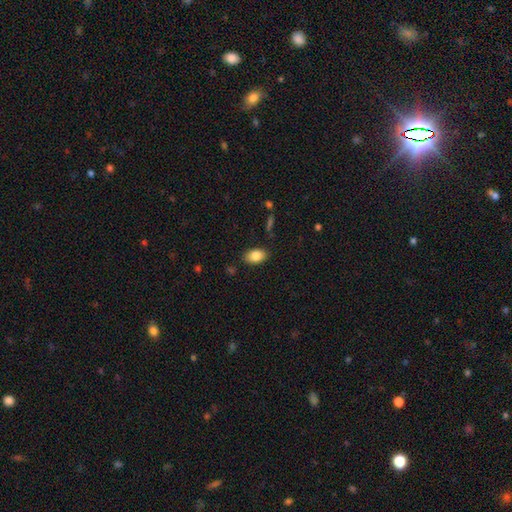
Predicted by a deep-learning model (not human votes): A smooth galaxy with no disk features (85%) that is in between round and cigar-shaped (90%). Merging: none (85%).